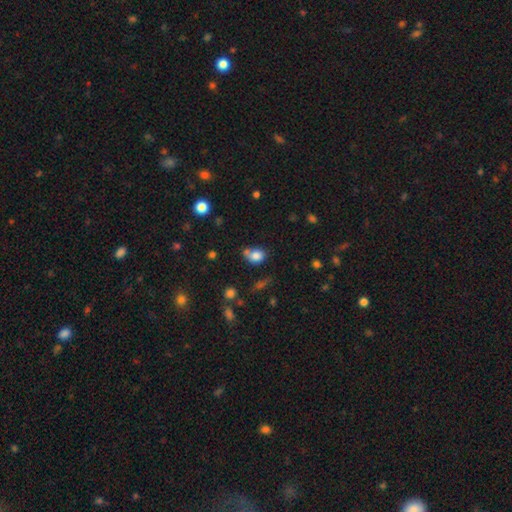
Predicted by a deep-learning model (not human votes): This is clearly a smooth galaxy (80%). How rounded: possibly in between (57%). Merging: possibly none (46%).